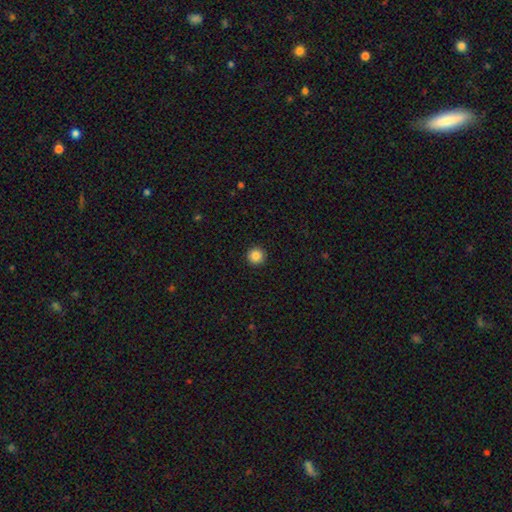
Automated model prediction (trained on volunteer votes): A smooth galaxy with no disk features (86%) that is round (96%).

Vote fractions:
- Smooth or featured? smooth: 86% / star or artifact: 10% / featured or disk: 3%
- How rounded? round: 96% / in between: 3% / cigar-shaped: 1%
- Merging? none: 93% / minor disturbance: 4% / major disturbance: 2% / merger: 1%